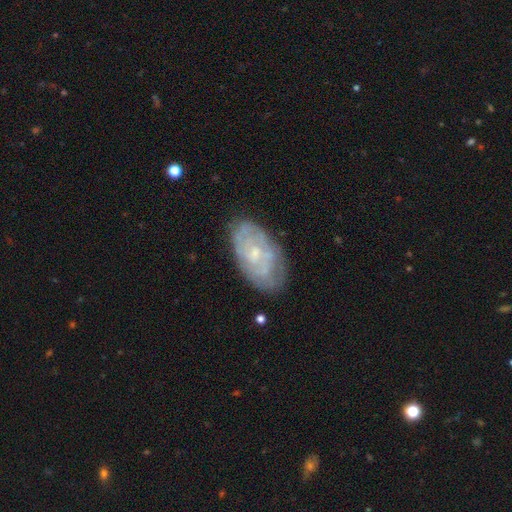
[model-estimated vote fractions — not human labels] Smooth or featured?
  - featured or disk: 68% *
  - smooth: 24%
  - star or artifact: 8%
Edge-on disk?
  - no: 94% *
  - yes: 6%
Bar?
  - no: 77% *
  - weak: 20%
  - strong: 3%
Spiral arms?
  - yes: 71% *
  - no: 29%
Bulge size?
  - small: 64% *
  - moderate: 29%
  - none: 4%
  - large: 1%
  - dominant: 1%
Merging?
  - none: 76% *
  - minor disturbance: 18%
  - major disturbance: 5%
  - merger: 2%